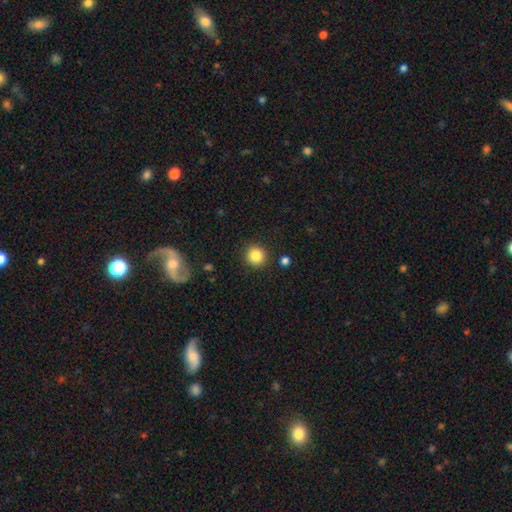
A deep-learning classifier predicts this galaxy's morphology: A smooth galaxy with no disk features (85%) that is round (93%). Merging: none (90%).